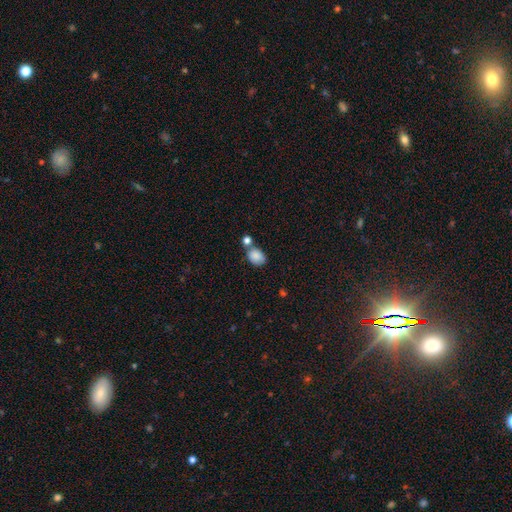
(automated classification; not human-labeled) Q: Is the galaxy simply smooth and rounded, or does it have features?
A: smooth — 86%.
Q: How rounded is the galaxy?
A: in between — 68%.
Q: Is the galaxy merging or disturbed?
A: none — 52%.